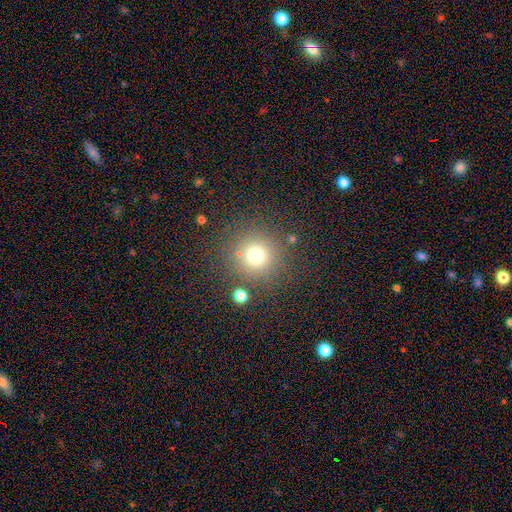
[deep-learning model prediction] Smooth or featured? smooth (73%)
How rounded? round (94%)
Merging? none (81%)